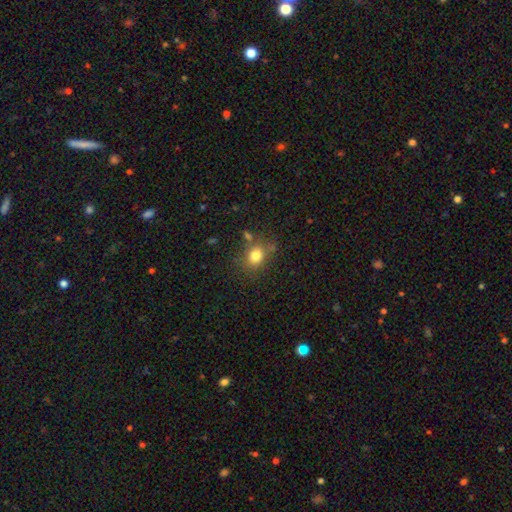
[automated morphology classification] smooth 79%, star or artifact 12%, featured or disk 9%. Down the decision tree: how rounded — round (54%); merging — none (71%).